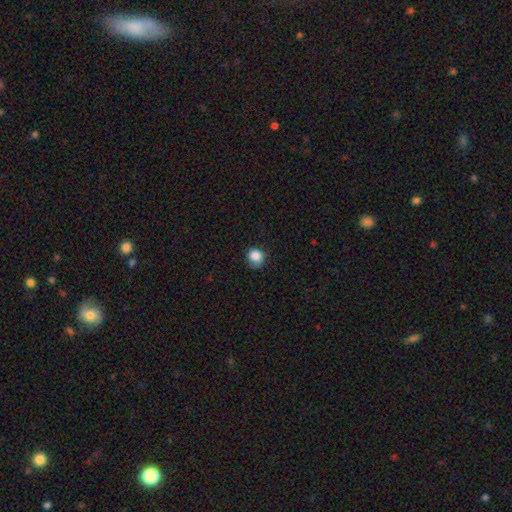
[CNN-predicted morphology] A smooth galaxy with no disk features (86%) that is round (79%).

Vote fractions:
- Smooth or featured? smooth: 86% / star or artifact: 9% / featured or disk: 5%
- How rounded? round: 79% / in between: 20% / cigar-shaped: 1%
- Merging? none: 65% / minor disturbance: 27% / major disturbance: 7% / merger: 1%